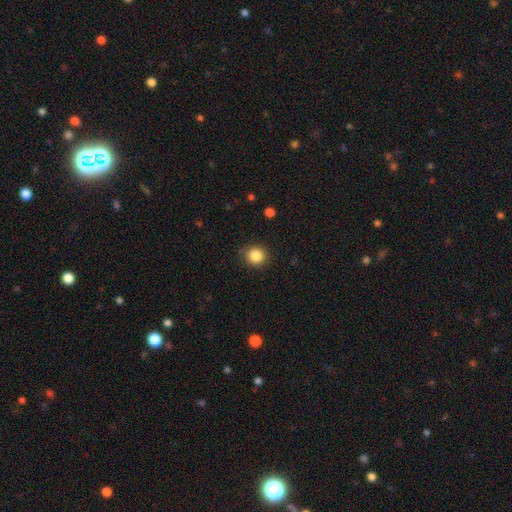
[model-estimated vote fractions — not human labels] smooth 86%, star or artifact 10%, featured or disk 4%. Down the decision tree: how rounded — round (89%); merging — none (87%).